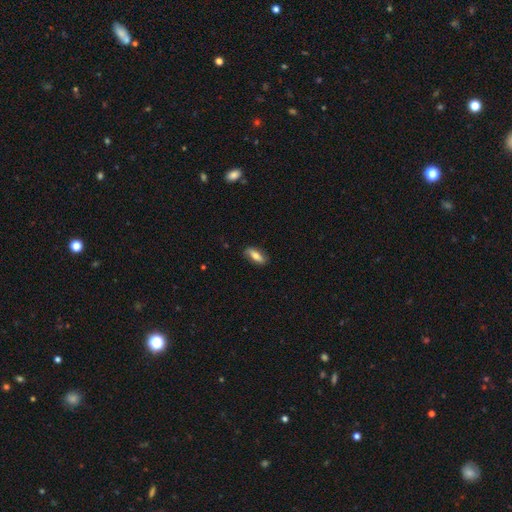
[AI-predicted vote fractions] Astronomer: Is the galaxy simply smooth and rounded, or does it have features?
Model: smooth — 69%.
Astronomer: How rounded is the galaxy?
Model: in between — 69%.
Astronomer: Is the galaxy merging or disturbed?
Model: none — 83%.